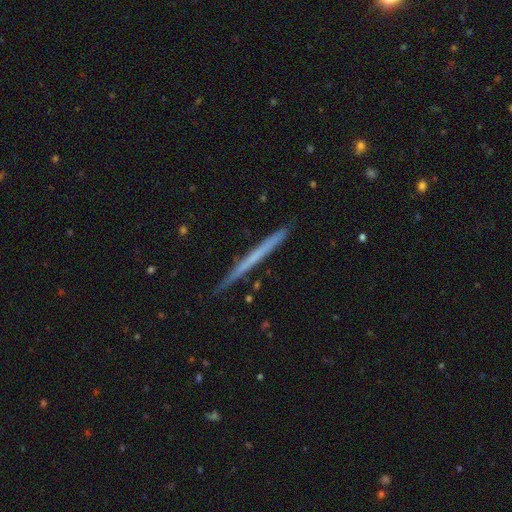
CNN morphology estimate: A featured or disk galaxy (47%, tied with smooth). Merging: none (90%).